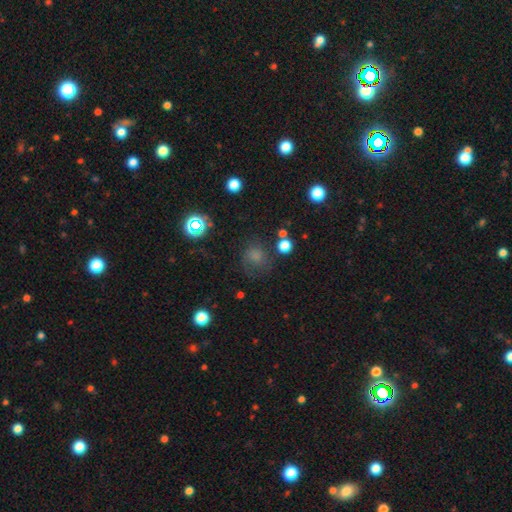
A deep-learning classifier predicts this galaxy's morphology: Smooth or featured: smooth — 66% (star or artifact — 23%)
How rounded: round — 79% (in between — 20%)
Merging: none — 63% (minor disturbance — 20%)